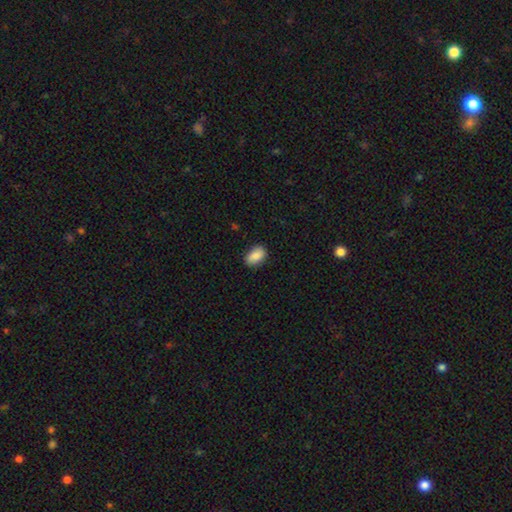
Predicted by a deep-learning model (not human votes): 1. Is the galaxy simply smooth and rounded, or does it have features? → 85% smooth, 8% featured or disk, 7% star or artifact.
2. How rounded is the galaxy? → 89% in between, 9% round, 2% cigar-shaped.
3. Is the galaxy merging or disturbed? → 84% none, 13% minor disturbance, 2% major disturbance, 1% merger.